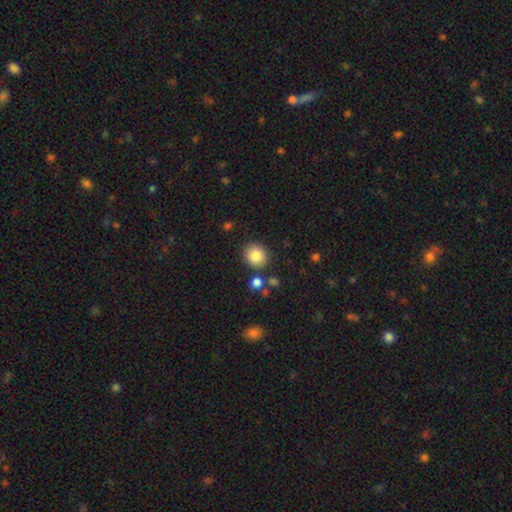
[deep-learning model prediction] Smooth or featured?
  - smooth: 85% *
  - star or artifact: 9%
  - featured or disk: 6%
How rounded?
  - round: 81% *
  - in between: 18%
  - cigar-shaped: 1%
Merging?
  - none: 83% *
  - minor disturbance: 9%
  - merger: 5%
  - major disturbance: 3%